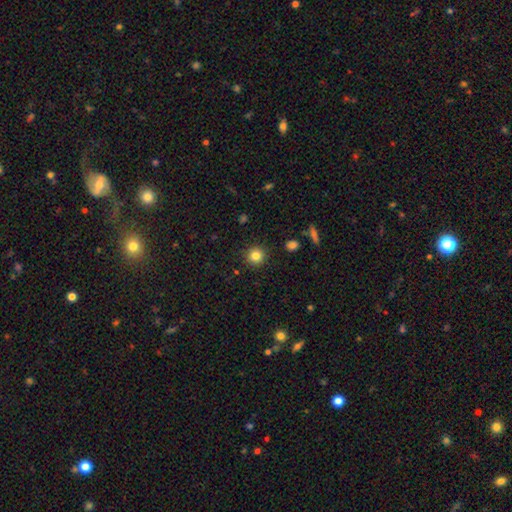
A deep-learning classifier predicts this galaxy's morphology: Smooth or featured? Predicted: smooth (p=0.83). How rounded? Predicted: round (p=0.93). Merging? Predicted: none (p=0.90).